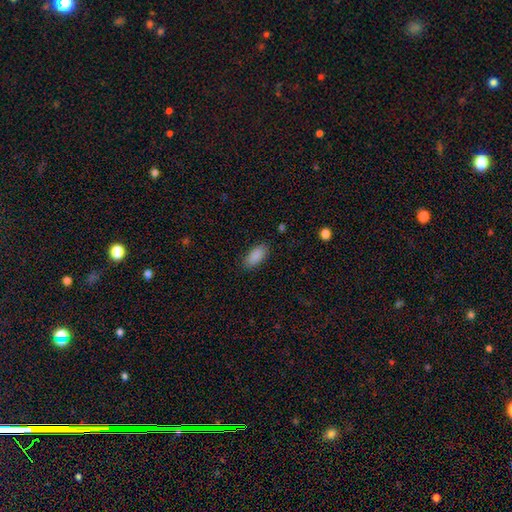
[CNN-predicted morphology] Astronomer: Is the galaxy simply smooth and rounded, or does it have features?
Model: smooth — 89%.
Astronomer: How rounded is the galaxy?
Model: in between — 90%.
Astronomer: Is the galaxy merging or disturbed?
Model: none — 86%.